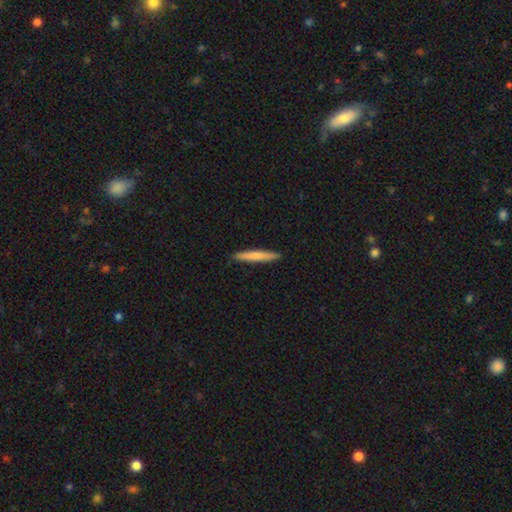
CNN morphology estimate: Overall: smooth (73%). How rounded: cigar-shaped (96%). Merging: none (92%).